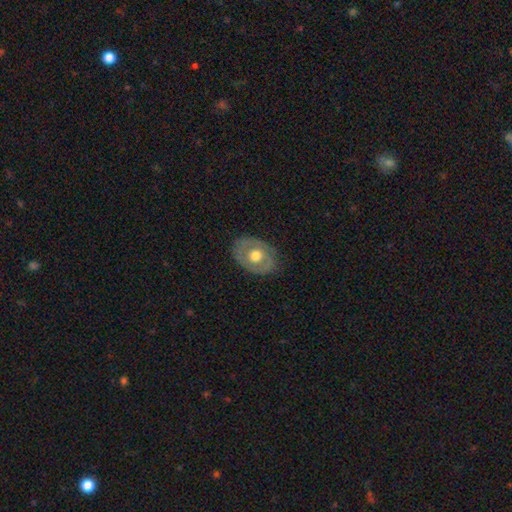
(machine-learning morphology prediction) type=featured or disk (50%); edge-on=no (92%); merging=none (79%).